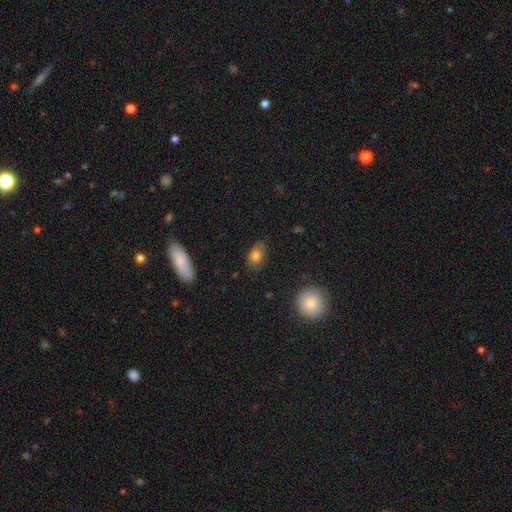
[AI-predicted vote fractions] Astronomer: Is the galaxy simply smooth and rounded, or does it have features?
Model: smooth — 80%.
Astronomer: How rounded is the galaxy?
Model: in between — 74%.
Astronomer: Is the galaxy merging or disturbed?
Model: none — 67%.